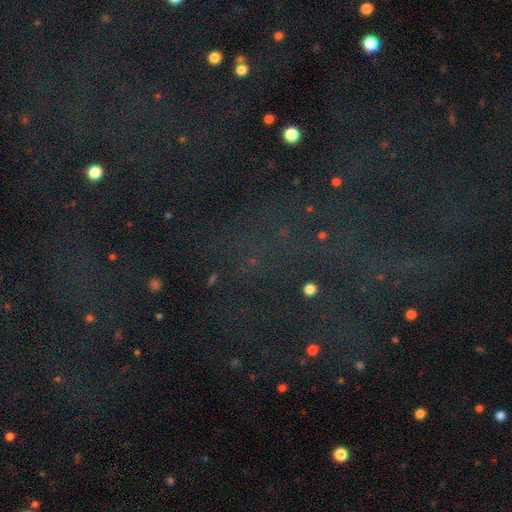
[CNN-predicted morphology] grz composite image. It shows a star or artifact, not a galaxy (76%).